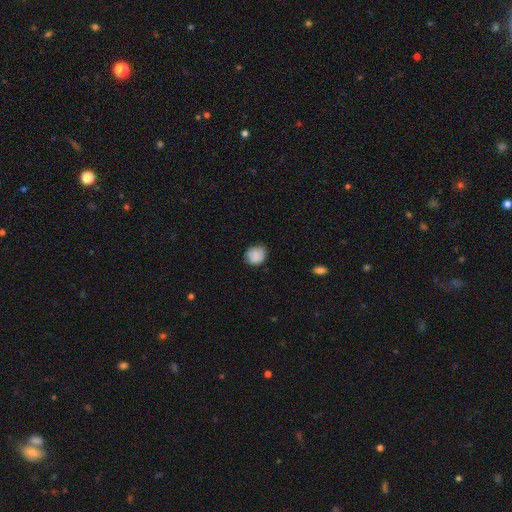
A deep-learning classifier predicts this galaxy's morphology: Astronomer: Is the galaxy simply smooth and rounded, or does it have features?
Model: smooth — 87%.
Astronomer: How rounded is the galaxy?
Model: round — 77%.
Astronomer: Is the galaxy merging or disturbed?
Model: none — 82%.